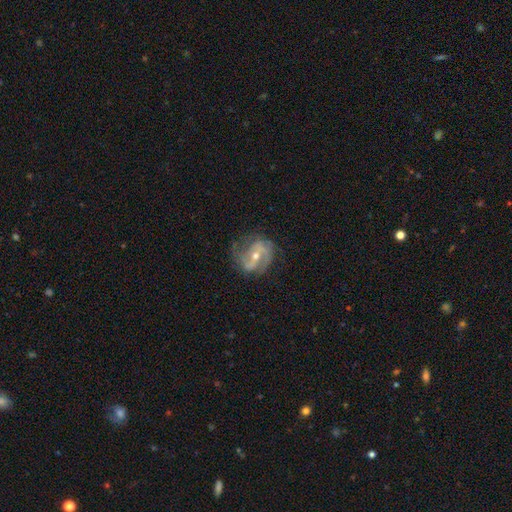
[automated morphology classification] featured or disk 85%, smooth 8%, star or artifact 7%. Down the decision tree: edge-on disk — no (97%); bar — weak (41%); spiral arms — yes (93%); spiral arm count — 2 (70%); spiral winding — medium (46%); bulge size — moderate (51%); merging — none (69%).